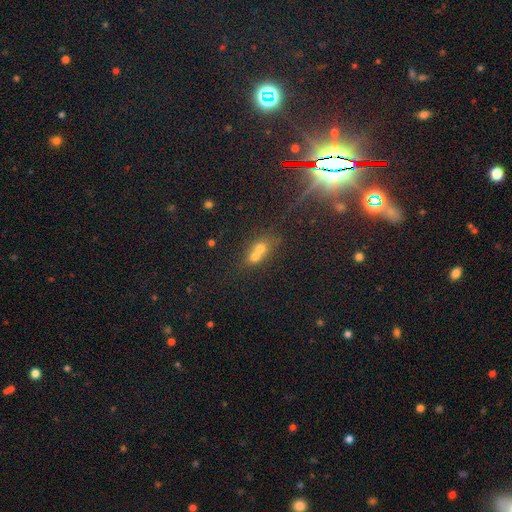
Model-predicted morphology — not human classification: This appears to be a smooth galaxy with no disk features (45%). Merging: merger (58%).